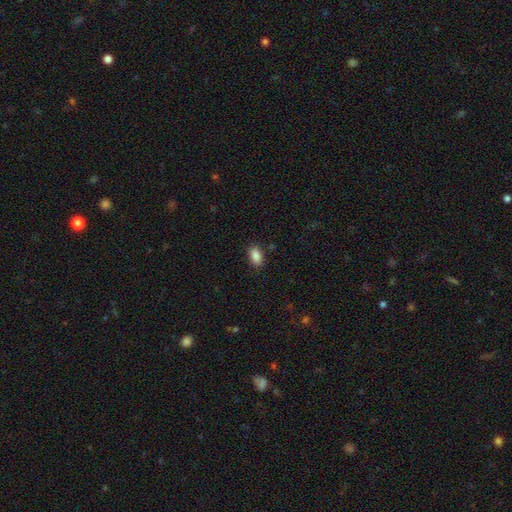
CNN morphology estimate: The model was most divided on "merging": none: 87%, minor disturbance: 9%, major disturbance: 2%, merger: 1%. More confident: how rounded — in between (91%); smooth or featured — smooth (88%).